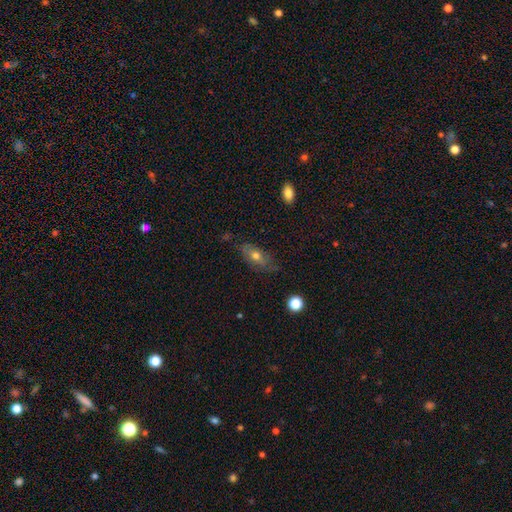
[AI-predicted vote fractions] This is possibly a smooth galaxy (53%). How rounded: clearly in between (81%). Merging: likely none (68%).